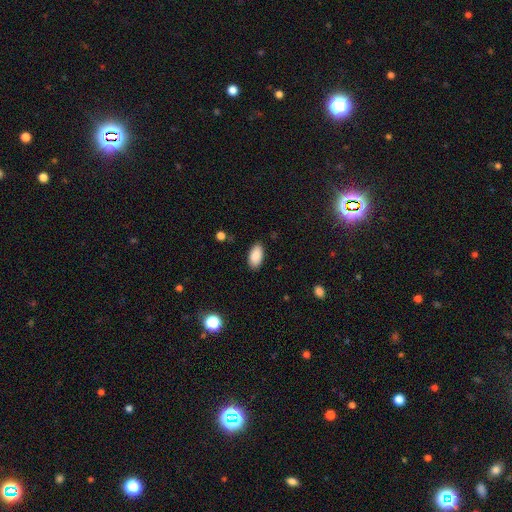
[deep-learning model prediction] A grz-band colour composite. It shows a smooth galaxy with no disk features (89%) that is in between round and cigar-shaped (95%). Merging: none (87%).